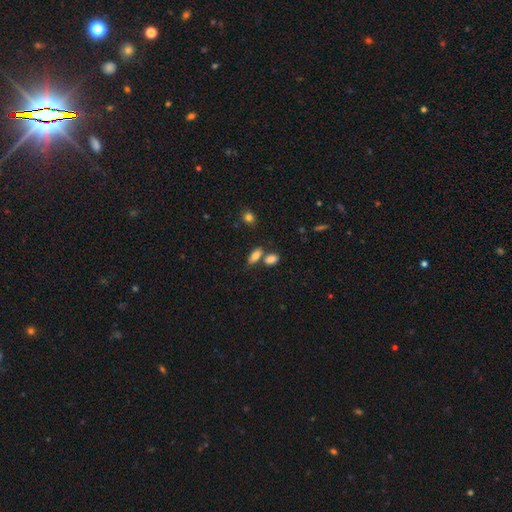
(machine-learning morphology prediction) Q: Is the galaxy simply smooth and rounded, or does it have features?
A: smooth — 82%.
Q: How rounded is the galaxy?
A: in between — 83%.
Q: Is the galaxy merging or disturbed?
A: none — 54%.